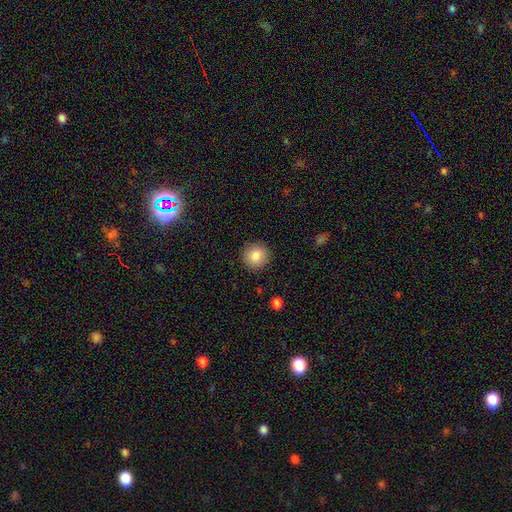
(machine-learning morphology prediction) This is clearly a smooth galaxy (84%). How rounded: clearly round (94%). Merging: clearly none (91%).